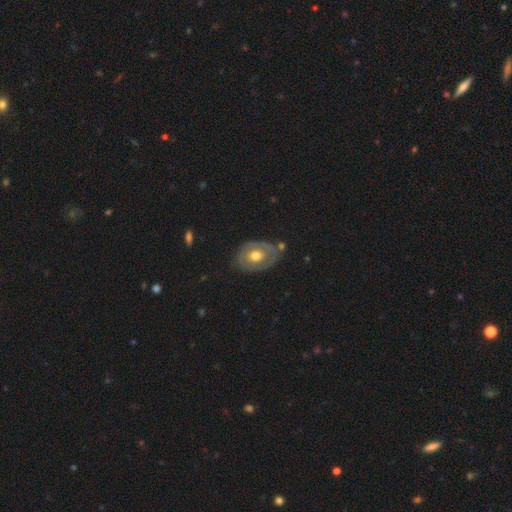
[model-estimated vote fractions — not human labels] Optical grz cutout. It shows a featured or disk galaxy (56%) with no bar (86%), no spiral arms (76%) and a moderate central bulge (73%). Merging: none (69%).